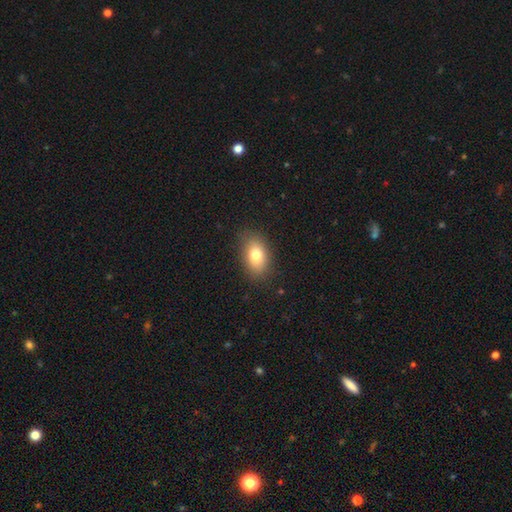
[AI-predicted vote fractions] Morphology: type=smooth (78%); roundness=in between (85%); merging=none (86%).